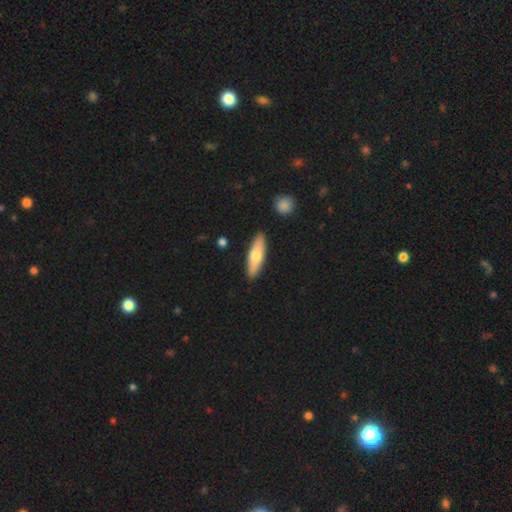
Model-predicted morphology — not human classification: Smooth or featured? Predicted: smooth (p=0.63). How rounded? Predicted: cigar-shaped (p=0.60). Merging? Predicted: none (p=0.88).